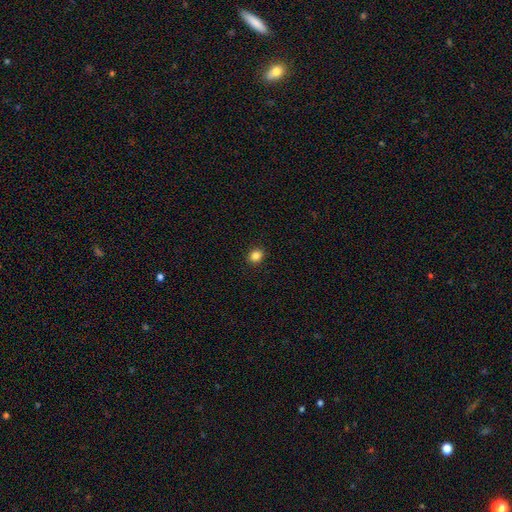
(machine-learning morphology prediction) Overall: smooth (85%). How rounded: round (71%). Merging: none (91%).